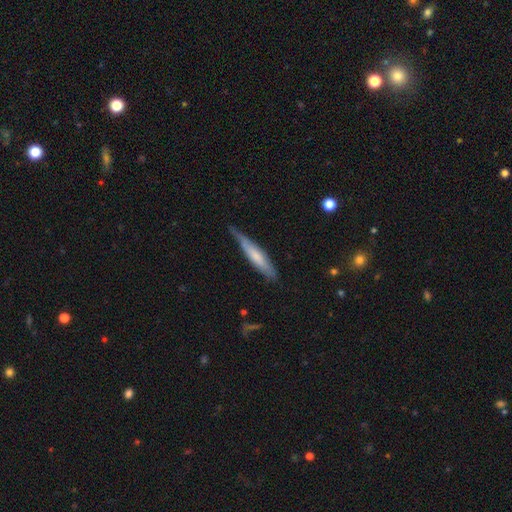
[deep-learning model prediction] Q: Smooth or featured?
A: smooth (55%); runner-up: featured or disk (39%)
Q: How rounded?
A: cigar-shaped (88%); runner-up: in between (11%)
Q: Merging?
A: none (65%); runner-up: minor disturbance (27%)